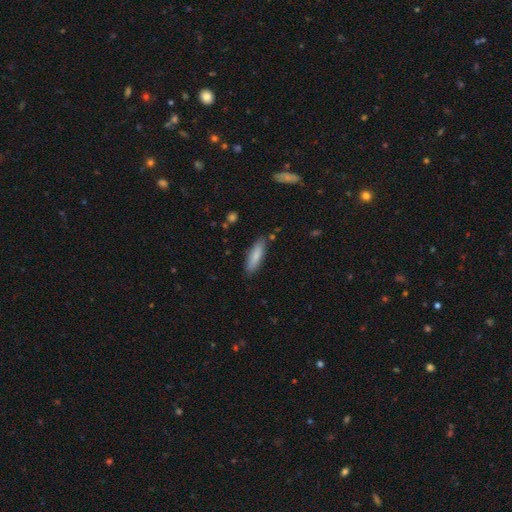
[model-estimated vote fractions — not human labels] smooth 82%, featured or disk 12%, star or artifact 6%. Down the decision tree: how rounded — cigar-shaped (60%); merging — none (83%).